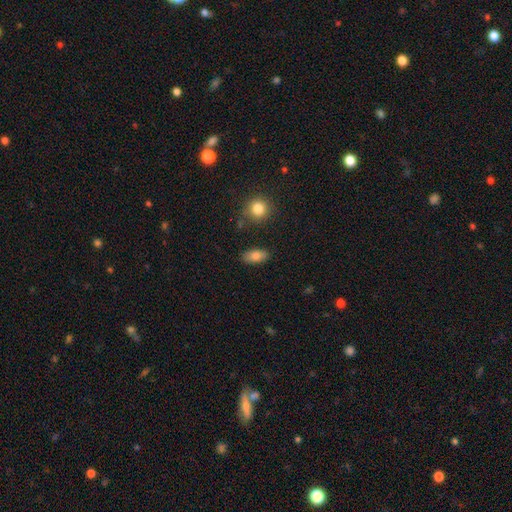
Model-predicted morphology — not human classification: smooth_or_featured: smooth (p=0.81) [alt: featured or disk p=0.11]
how_rounded: in between (p=0.88) [alt: cigar-shaped p=0.07]
merging: none (p=0.84) [alt: minor disturbance p=0.11]